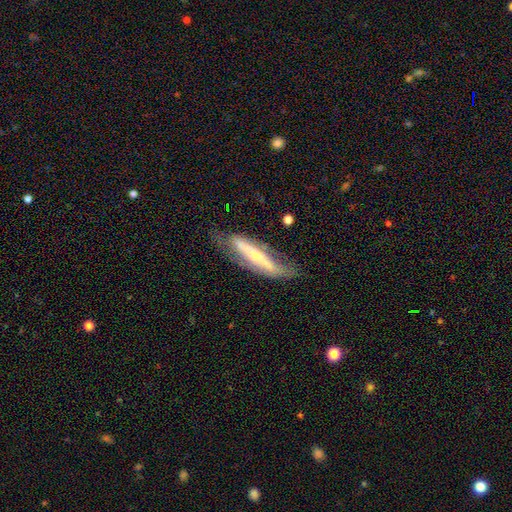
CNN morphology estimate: Smooth or featured? featured or disk (67%)
Edge-on disk? no (52%)
Merging? none (59%)